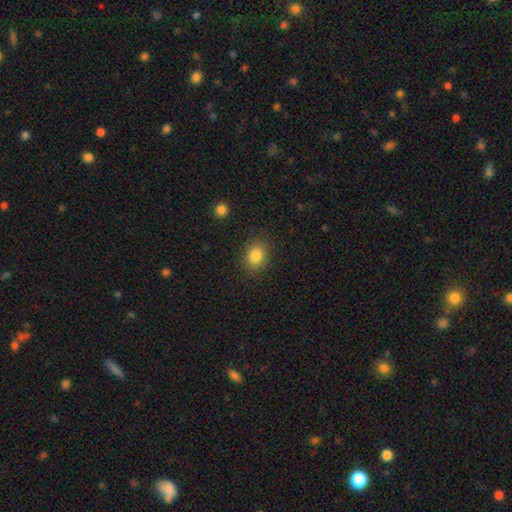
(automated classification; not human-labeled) Smooth or featured?
  - smooth: 84% *
  - star or artifact: 10%
  - featured or disk: 6%
How rounded?
  - round: 50% *
  - in between: 49%
  - cigar-shaped: 1%
Merging?
  - none: 86% *
  - minor disturbance: 10%
  - major disturbance: 3%
  - merger: 1%